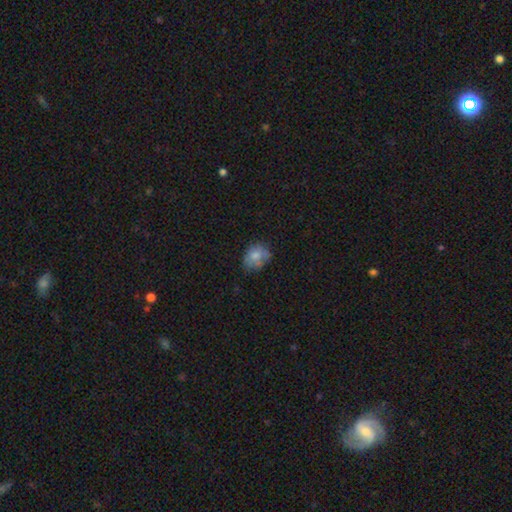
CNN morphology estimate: This appears to be a smooth galaxy with no disk features (73%) that is in between round and cigar-shaped (59%). Merging: none (59%).